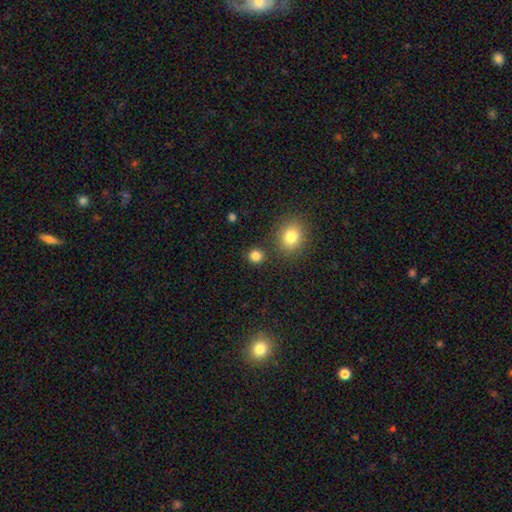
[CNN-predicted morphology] Q: Smooth or featured?
A: smooth (83%); runner-up: star or artifact (13%)
Q: How rounded?
A: round (86%); runner-up: in between (13%)
Q: Merging?
A: none (84%); runner-up: minor disturbance (7%)